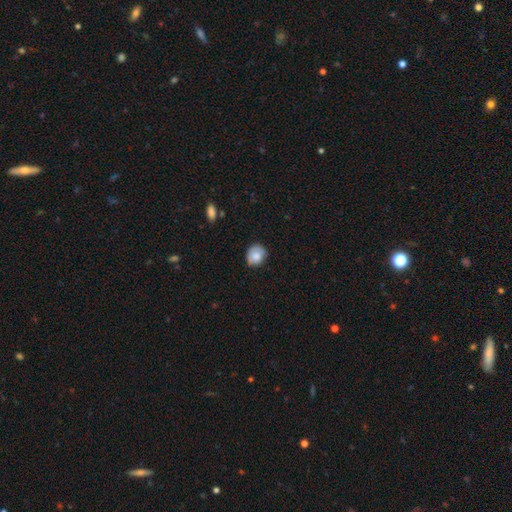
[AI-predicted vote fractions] A smooth galaxy with no disk features (82%) that is round (65%).

Vote fractions:
- Smooth or featured? smooth: 82% / featured or disk: 10% / star or artifact: 8%
- How rounded? round: 65% / in between: 34% / cigar-shaped: 1%
- Merging? none: 70% / minor disturbance: 25% / major disturbance: 4% / merger: 1%